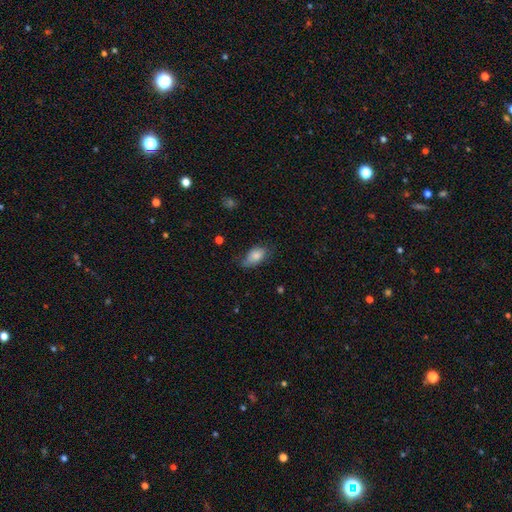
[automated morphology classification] Overall: smooth (81%). How rounded: in between (91%). Merging: none (56%; minor disturbance 33%).